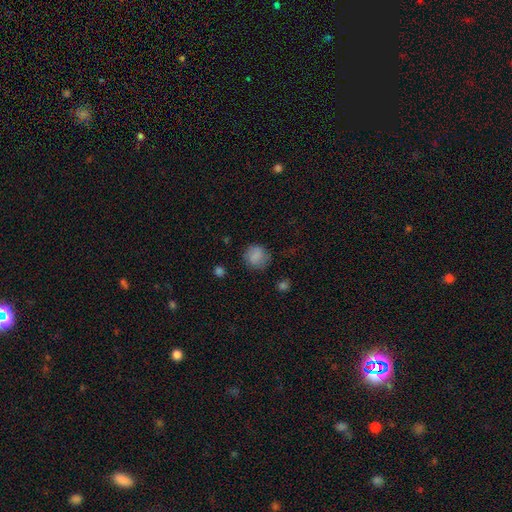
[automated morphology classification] Overall: smooth (84%). How rounded: round (85%). Merging: none (78%).